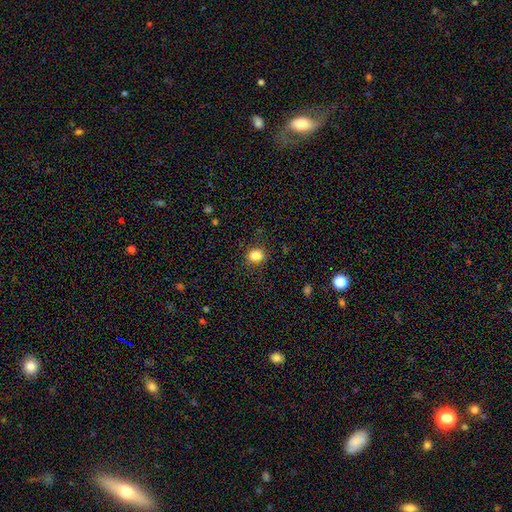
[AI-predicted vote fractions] The model was most divided on "how rounded": round: 68%, in between: 31%, cigar-shaped: 1%. More confident: merging — none (87%); smooth or featured — smooth (85%).